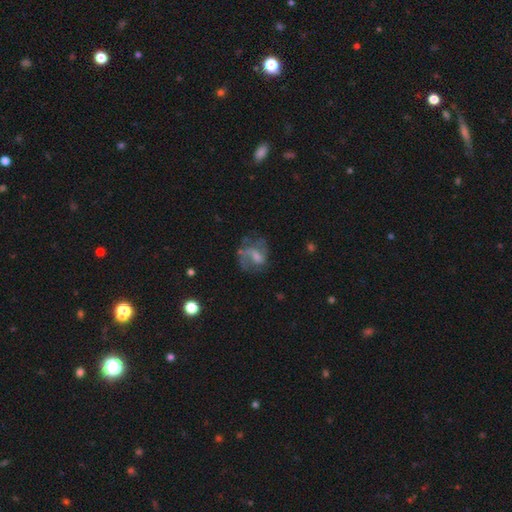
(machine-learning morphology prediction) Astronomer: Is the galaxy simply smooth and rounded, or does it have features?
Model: featured or disk — 59%.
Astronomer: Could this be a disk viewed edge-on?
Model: no — 97%.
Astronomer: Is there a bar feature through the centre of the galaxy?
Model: weak — 49% (runner-up: no, 37%).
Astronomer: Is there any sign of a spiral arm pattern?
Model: yes — 70%.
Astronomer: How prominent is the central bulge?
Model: small — 34% (runner-up: moderate, 31%).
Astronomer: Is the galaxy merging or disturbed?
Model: none — 47% (runner-up: major disturbance, 27%).